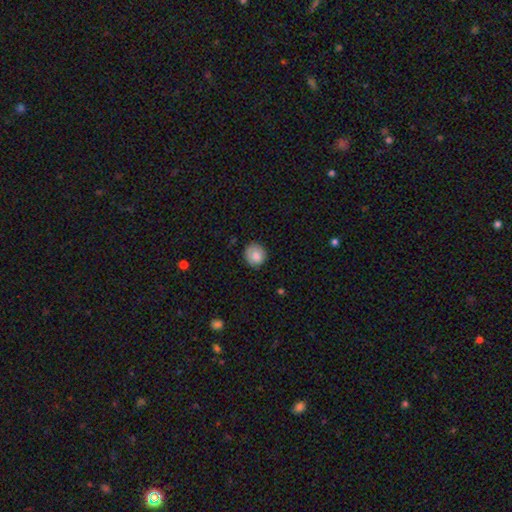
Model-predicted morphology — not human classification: Smooth or featured? Predicted: smooth (p=0.81). How rounded? Predicted: round (p=0.84). Merging? Predicted: none (p=0.81).